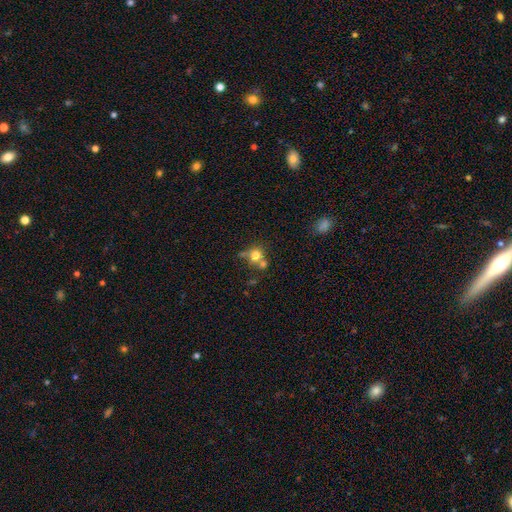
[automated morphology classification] Overall: smooth (75%). How rounded: round (81%). Merging: none (42%; merger 39%).